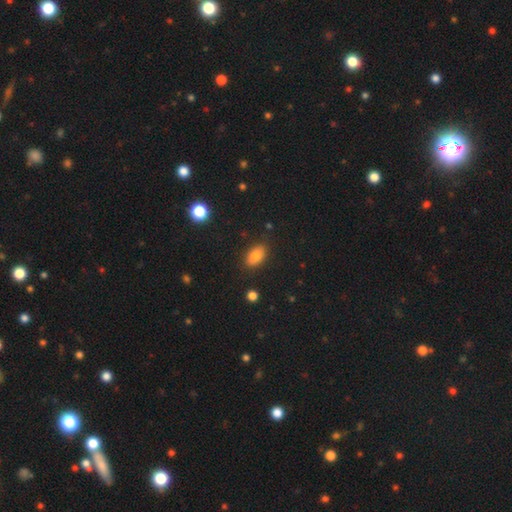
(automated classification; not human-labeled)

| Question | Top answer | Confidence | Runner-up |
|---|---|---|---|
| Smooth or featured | smooth | 80% | star or artifact (10%) |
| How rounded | in between | 88% | round (9%) |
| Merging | none | 84% | minor disturbance (12%) |